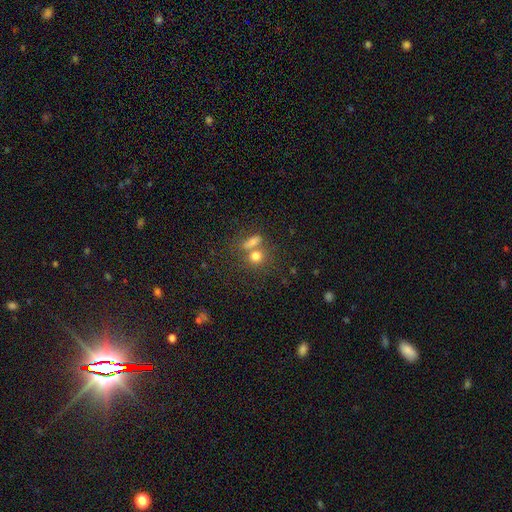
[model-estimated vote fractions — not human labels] smooth_or_featured: smooth (p=0.74) [alt: star or artifact p=0.14]
how_rounded: round (p=0.72) [alt: in between p=0.24]
merging: none (p=0.48) [alt: merger p=0.38]